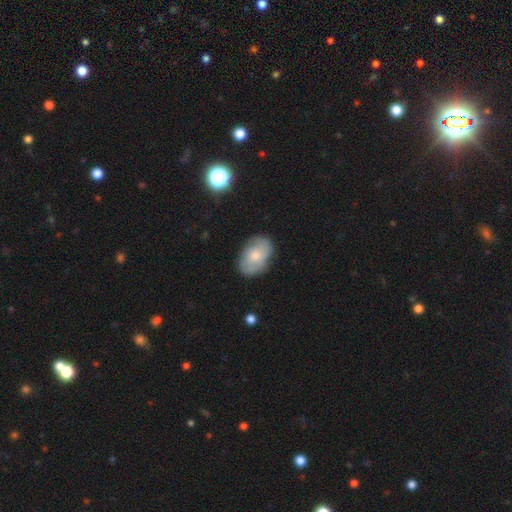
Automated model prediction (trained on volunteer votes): Morphology: type=smooth (53%); roundness=in between (87%); merging=none (76%).